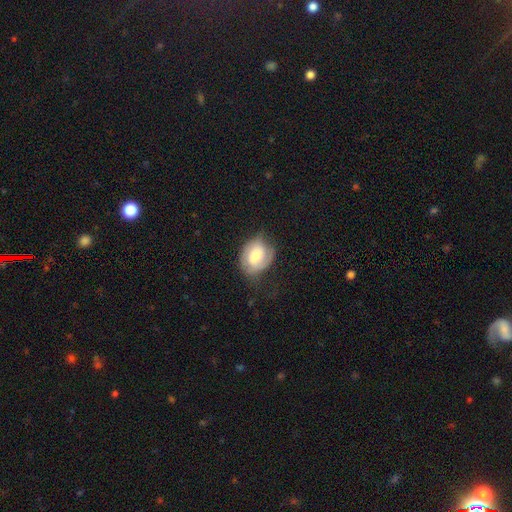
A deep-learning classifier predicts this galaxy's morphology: Smooth or featured: featured or disk — 48% (smooth — 45%)
Merging: none — 52% (minor disturbance — 30%)